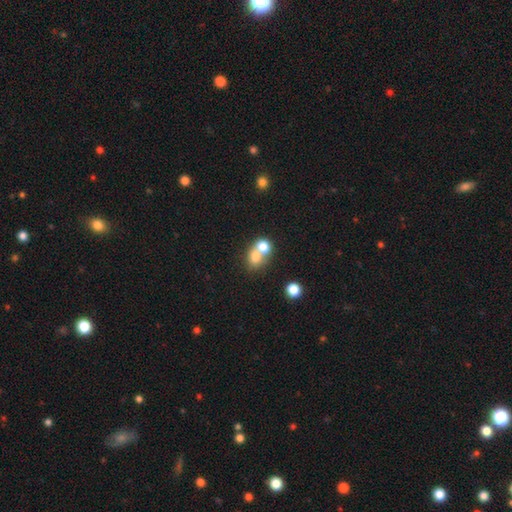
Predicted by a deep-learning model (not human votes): The model was most divided on "how rounded": round: 61%, in between: 38%, cigar-shaped: 1%. More confident: smooth or featured — smooth (74%); merging — merger (61%).